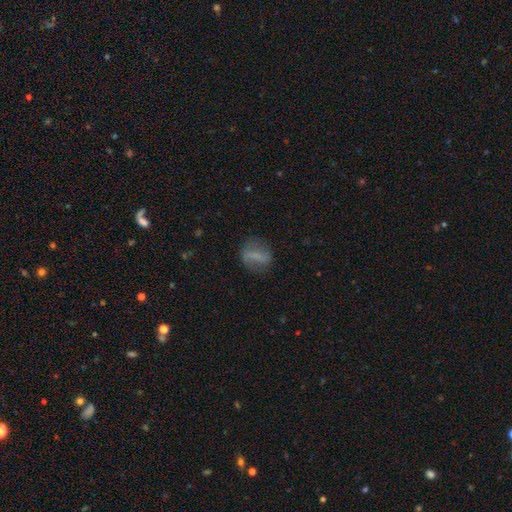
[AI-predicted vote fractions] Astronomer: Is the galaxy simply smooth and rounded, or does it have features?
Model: smooth — 49% (runner-up: featured or disk, 41%).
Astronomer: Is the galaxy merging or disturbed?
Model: none — 75%.